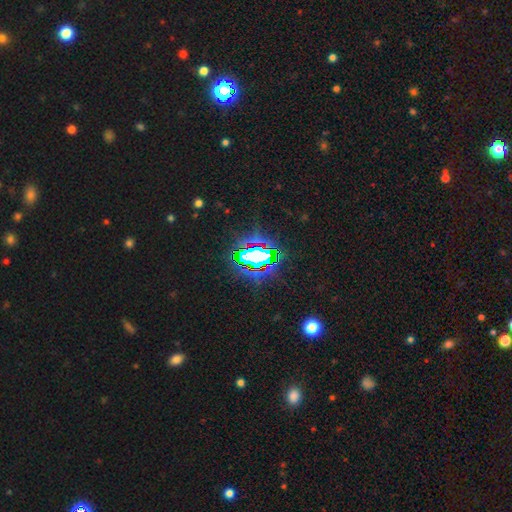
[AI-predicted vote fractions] This appears to be a star or artifact, not a galaxy (73%).